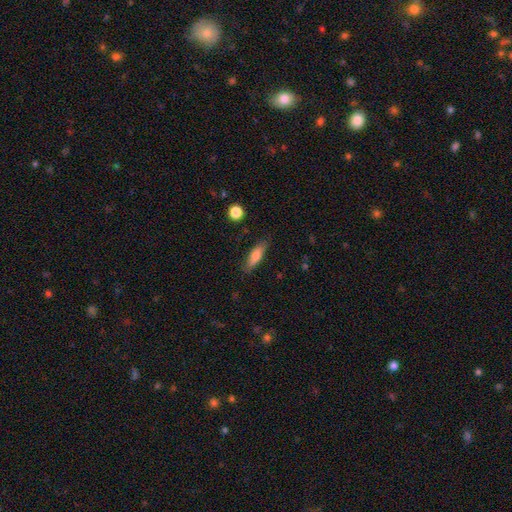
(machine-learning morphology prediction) A smooth galaxy with no disk features (76%) that is cigar-shaped (59%). Merging: none (82%).